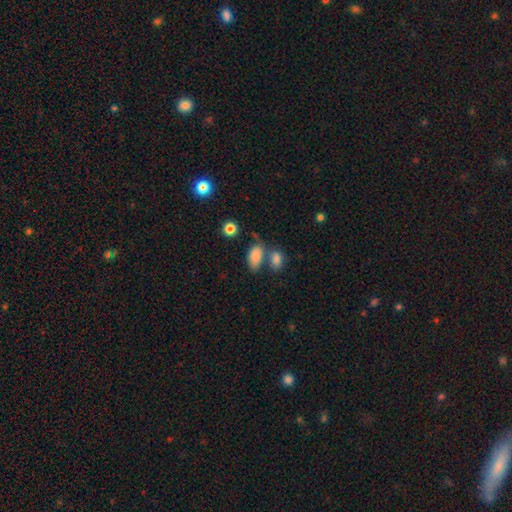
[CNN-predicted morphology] A smooth galaxy with no disk features (84%) that is in between round and cigar-shaped (91%). Merging: none (45%).